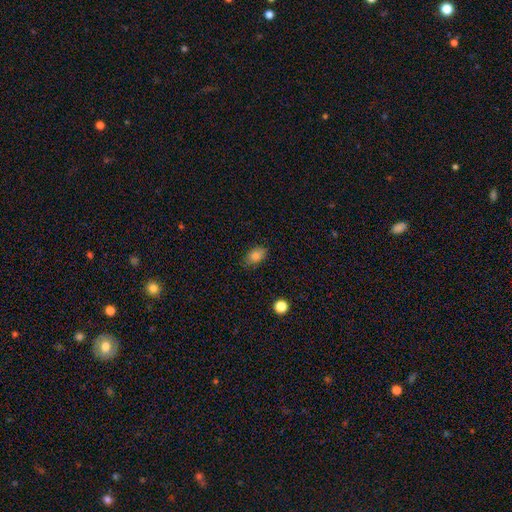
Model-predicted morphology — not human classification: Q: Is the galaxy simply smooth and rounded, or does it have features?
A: smooth — 83%.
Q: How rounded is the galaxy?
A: in between — 84%.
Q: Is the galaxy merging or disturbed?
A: none — 78%.